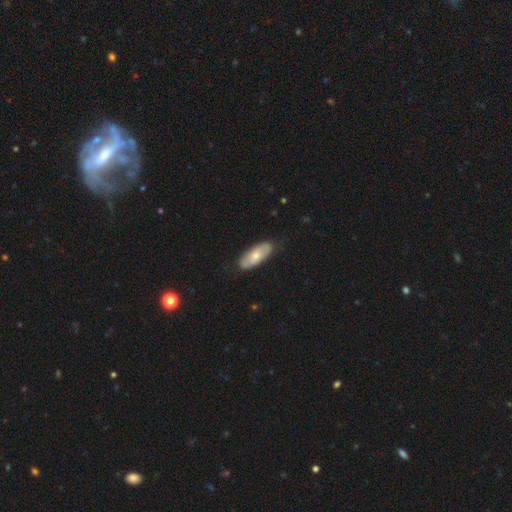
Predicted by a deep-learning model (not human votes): This is likely a smooth galaxy (65%). How rounded: likely in between (79%). Merging: clearly none (83%).